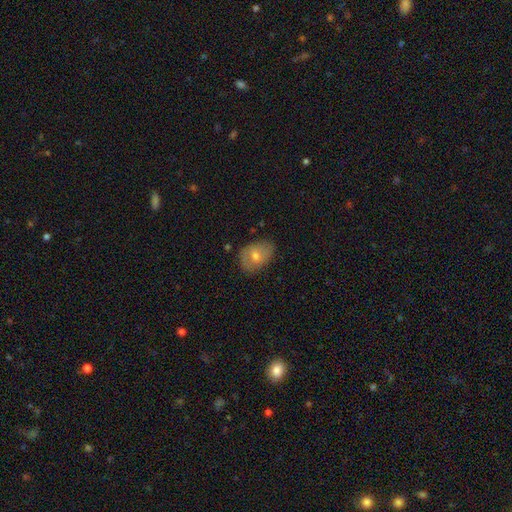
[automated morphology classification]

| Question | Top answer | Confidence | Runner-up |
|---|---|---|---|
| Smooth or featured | smooth | 54% | featured or disk (35%) |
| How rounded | in between | 69% | round (30%) |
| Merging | none | 72% | minor disturbance (22%) |